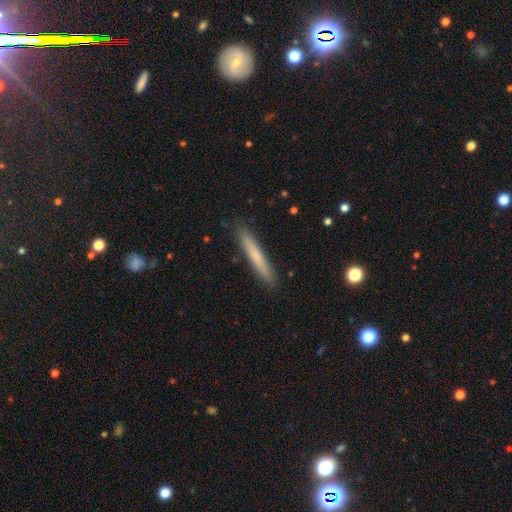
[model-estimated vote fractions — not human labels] Smooth or featured?
  - smooth: 69% *
  - featured or disk: 25%
  - star or artifact: 6%
How rounded?
  - cigar-shaped: 96% *
  - in between: 3%
  - round: 1%
Merging?
  - none: 89% *
  - minor disturbance: 8%
  - major disturbance: 2%
  - merger: 1%